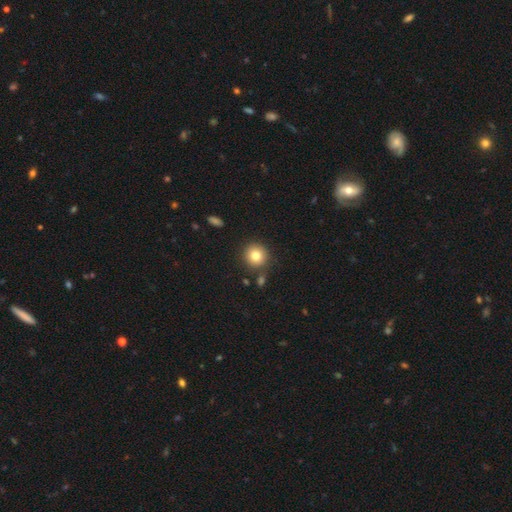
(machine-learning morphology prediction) Overall: smooth (80%). How rounded: round (93%). Merging: none (85%).